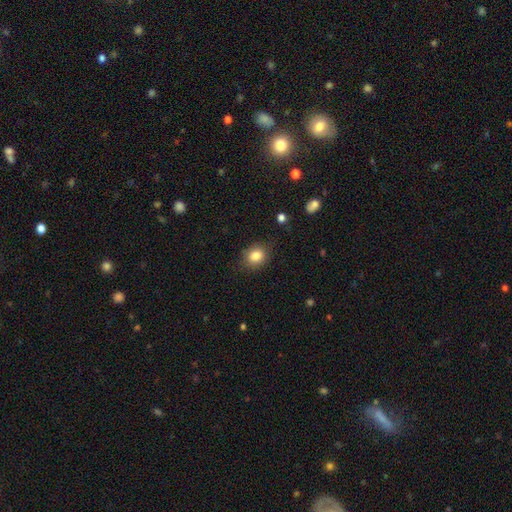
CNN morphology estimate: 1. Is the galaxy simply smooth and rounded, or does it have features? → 84% smooth, 10% star or artifact, 6% featured or disk.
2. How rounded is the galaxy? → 58% round, 41% in between, 1% cigar-shaped.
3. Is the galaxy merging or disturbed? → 84% none, 12% minor disturbance, 3% major disturbance, 1% merger.